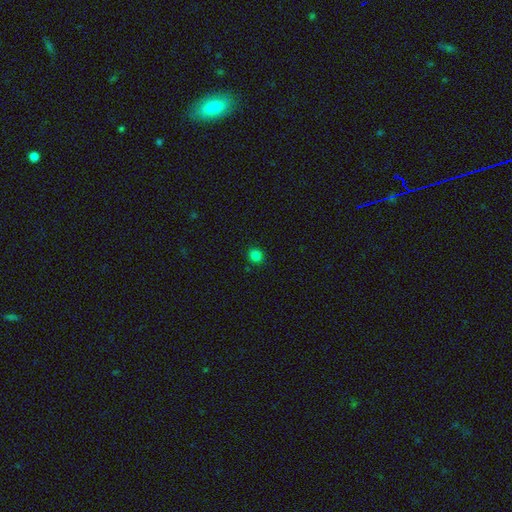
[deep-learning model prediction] smooth_or_featured: smooth (p=0.82) [alt: star or artifact p=0.15]
how_rounded: round (p=0.85) [alt: in between p=0.14]
merging: none (p=0.90) [alt: minor disturbance p=0.06]